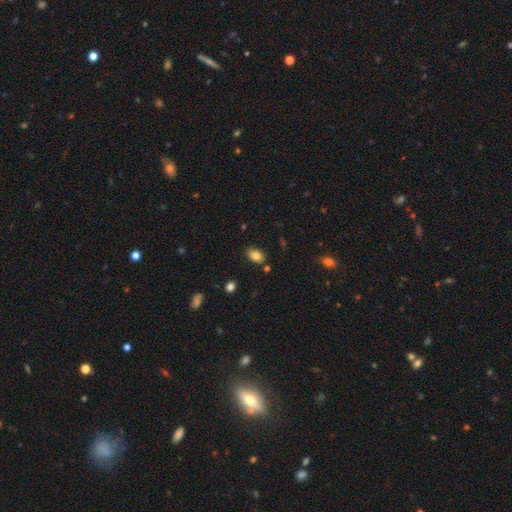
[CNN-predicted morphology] smooth_or_featured: smooth (p=0.84) [alt: star or artifact p=0.09]
how_rounded: in between (p=0.89) [alt: round p=0.10]
merging: none (p=0.79) [alt: minor disturbance p=0.14]